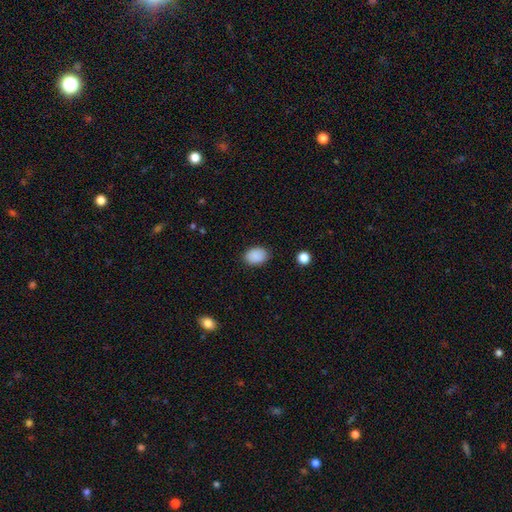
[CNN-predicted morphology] smooth-or-featured: smooth: 89% | star or artifact: 8% | featured or disk: 3%
  how-rounded: in between: 77% | round: 22% | cigar-shaped: 1%
  merging: none: 87% | minor disturbance: 10% | major disturbance: 2% | merger: 1%